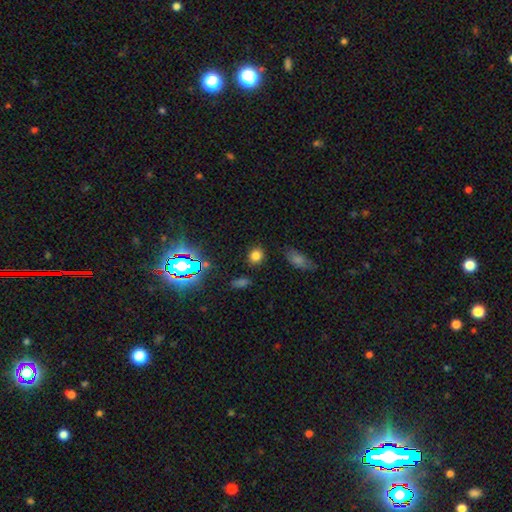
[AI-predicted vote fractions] Q: Smooth or featured?
A: smooth (77%); runner-up: star or artifact (18%)
Q: How rounded?
A: round (75%); runner-up: in between (23%)
Q: Merging?
A: none (85%); runner-up: minor disturbance (9%)